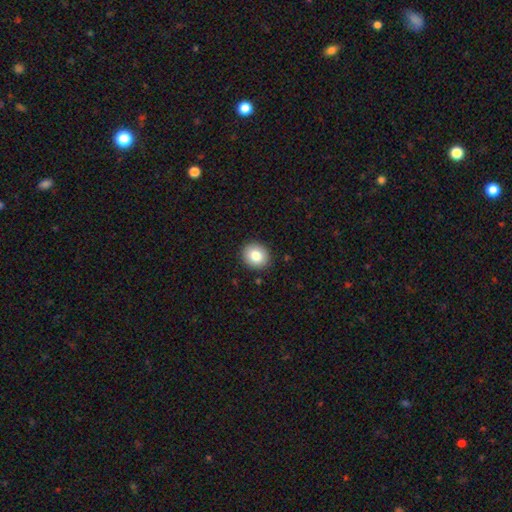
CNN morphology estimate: Overall: smooth (81%). How rounded: round (78%). Merging: none (91%).